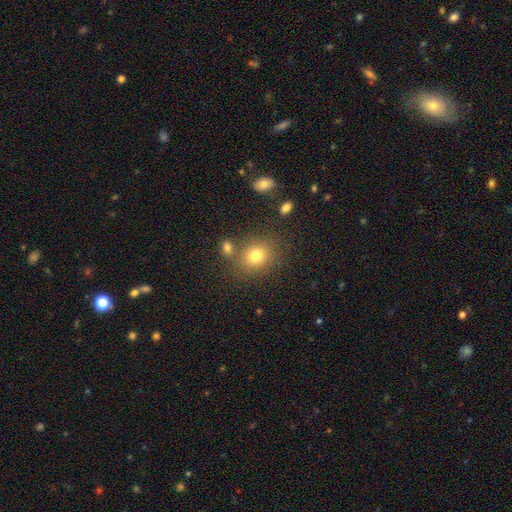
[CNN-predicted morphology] Smooth or featured?
  - smooth: 77% *
  - star or artifact: 13%
  - featured or disk: 10%
How rounded?
  - round: 64% *
  - in between: 35%
  - cigar-shaped: 1%
Merging?
  - none: 72% *
  - merger: 12%
  - minor disturbance: 12%
  - major disturbance: 5%